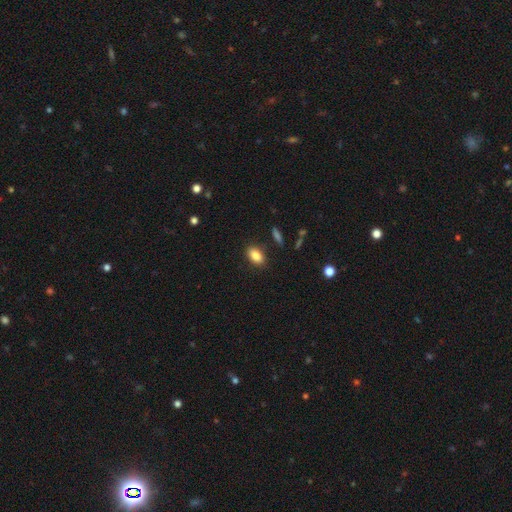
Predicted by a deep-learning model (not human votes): smooth-or-featured: smooth: 86% | star or artifact: 8% | featured or disk: 6%
  how-rounded: in between: 90% | round: 7% | cigar-shaped: 3%
  merging: none: 87% | minor disturbance: 9% | major disturbance: 2% | merger: 2%